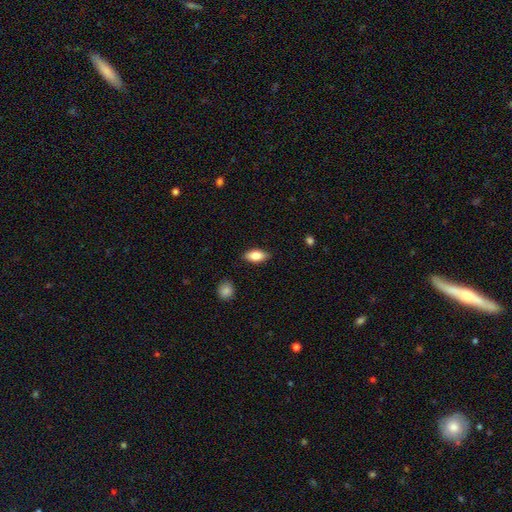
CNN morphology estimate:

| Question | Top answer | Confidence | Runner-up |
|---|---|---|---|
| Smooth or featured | smooth | 81% | featured or disk (11%) |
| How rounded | in between | 89% | cigar-shaped (7%) |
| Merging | none | 84% | minor disturbance (12%) |